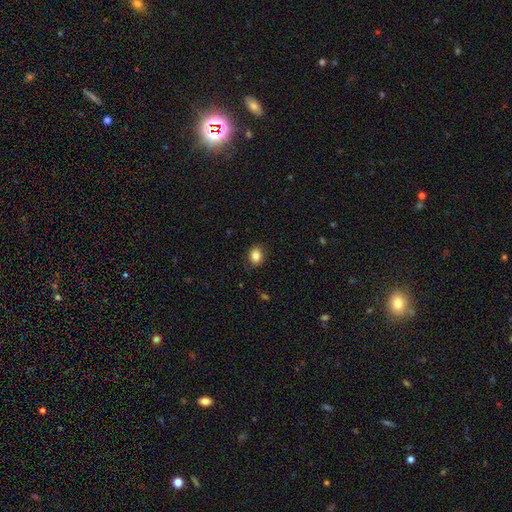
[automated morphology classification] The model was most divided on "how rounded": in between: 50%, round: 49%, cigar-shaped: 1%. More confident: merging — none (84%); smooth or featured — smooth (84%).